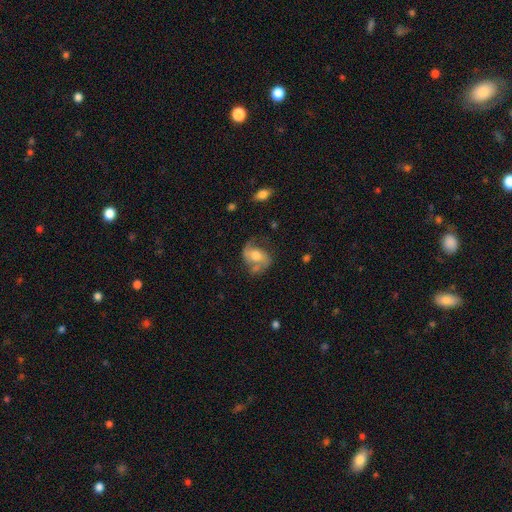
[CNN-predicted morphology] A featured or disk galaxy (66%) with no bar (57%), 2 (83%) medium (46%) spiral arms (85%) and a moderate central bulge (61%). Merging: none (52%).